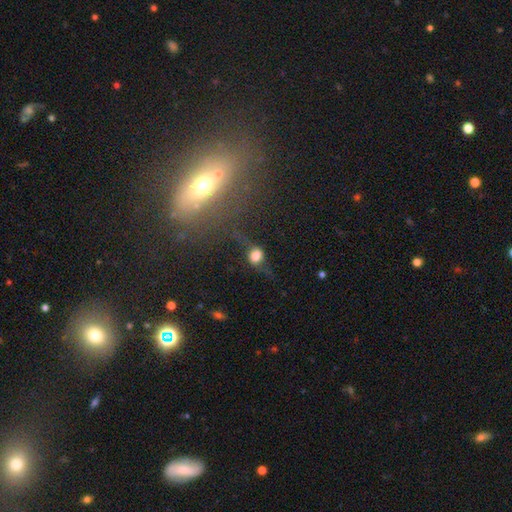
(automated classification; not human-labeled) smooth_or_featured: smooth (p=0.60) [alt: featured or disk p=0.25]
how_rounded: round (p=0.72) [alt: in between p=0.26]
merging: none (p=0.46) [alt: major disturbance p=0.23]